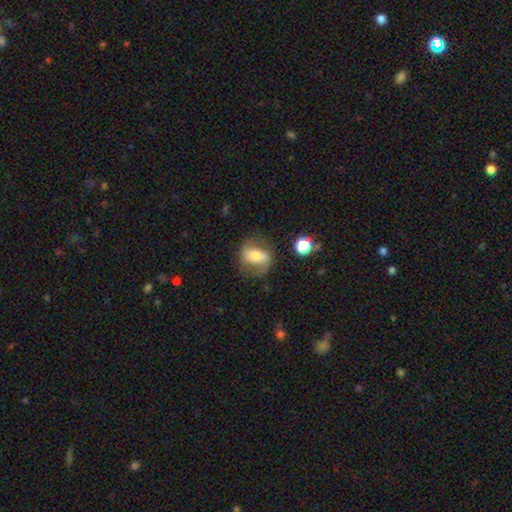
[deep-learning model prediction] The model was most divided on "smooth or featured": smooth: 48%, featured or disk: 43%, star or artifact: 9%. More confident: merging — none (62%).